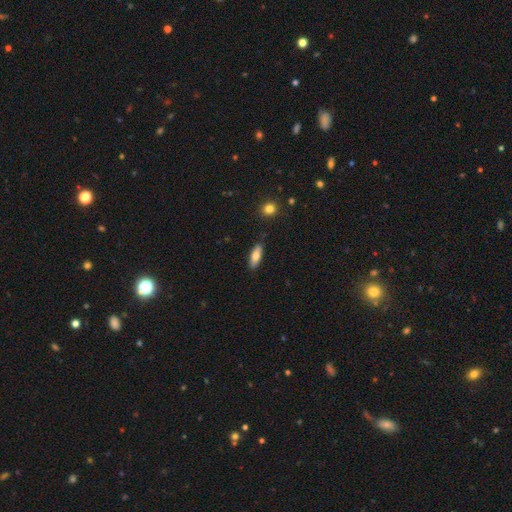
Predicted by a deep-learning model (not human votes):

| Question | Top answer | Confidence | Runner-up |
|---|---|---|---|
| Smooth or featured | smooth | 72% | featured or disk (21%) |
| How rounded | in between | 60% | cigar-shaped (37%) |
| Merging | none | 86% | minor disturbance (10%) |